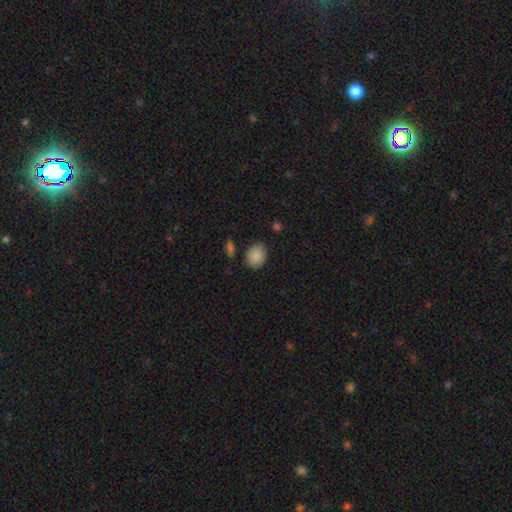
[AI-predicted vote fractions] Morphology: type=smooth (88%); roundness=in between (62%); merging=none (80%).